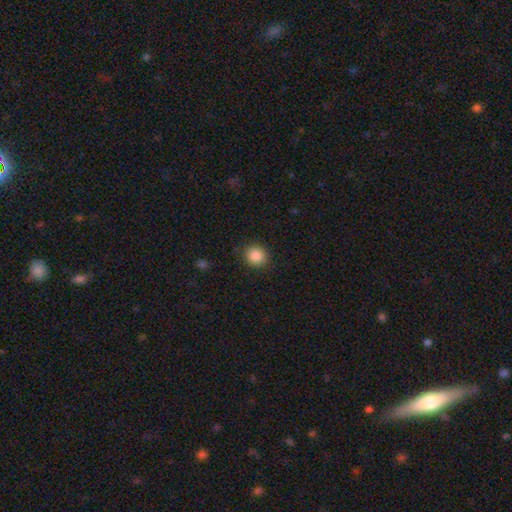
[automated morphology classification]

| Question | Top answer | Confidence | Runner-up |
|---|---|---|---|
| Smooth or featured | smooth | 87% | star or artifact (9%) |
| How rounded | round | 86% | in between (13%) |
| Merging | none | 88% | minor disturbance (8%) |